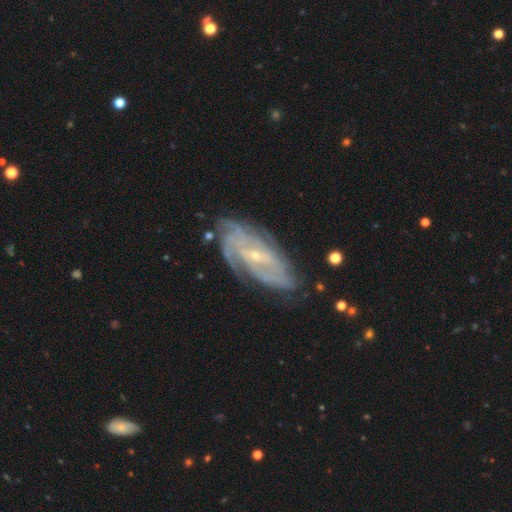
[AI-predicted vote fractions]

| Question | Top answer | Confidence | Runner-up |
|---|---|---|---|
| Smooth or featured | featured or disk | 87% | smooth (7%) |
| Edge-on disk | no | 93% | yes (7%) |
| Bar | no | 44% | weak (39%) |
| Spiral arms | yes | 96% | no (4%) |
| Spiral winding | tight | 65% | medium (28%) |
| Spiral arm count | can't tell | 32% | 4 (20%) |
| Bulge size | small | 77% | moderate (20%) |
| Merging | none | 73% | minor disturbance (19%) |